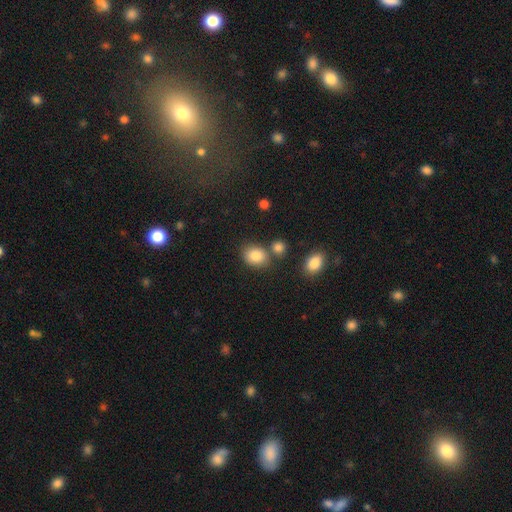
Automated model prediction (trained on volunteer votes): This is clearly a smooth galaxy (84%). How rounded: possibly in between (57%). Merging: likely none (68%).